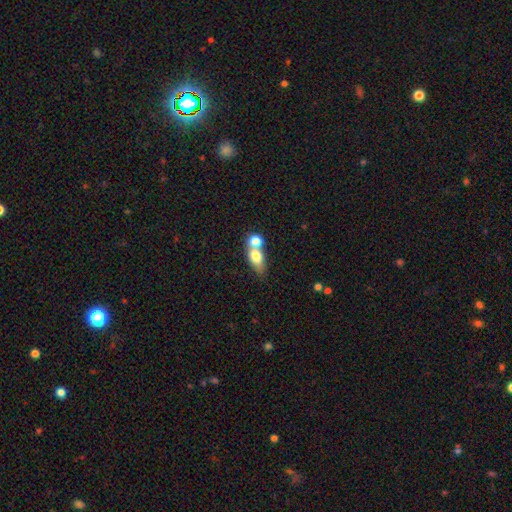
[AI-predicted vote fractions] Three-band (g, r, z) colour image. It shows a smooth galaxy with no disk features (72%) that is in between round and cigar-shaped (63%). Merging: merger (61%).